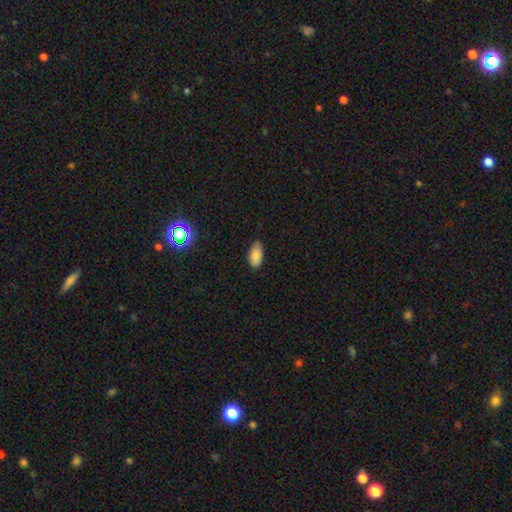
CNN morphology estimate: A smooth galaxy with no disk features (85%) that is in between round and cigar-shaped (93%).

Vote fractions:
- Smooth or featured? smooth: 85% / star or artifact: 9% / featured or disk: 6%
- How rounded? in between: 93% / cigar-shaped: 4% / round: 3%
- Merging? none: 76% / minor disturbance: 20% / major disturbance: 3% / merger: 1%